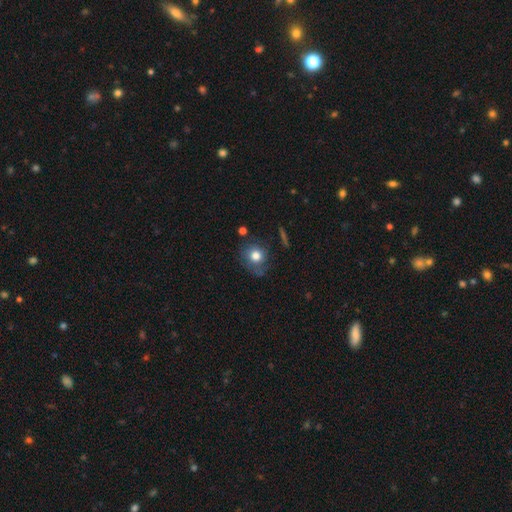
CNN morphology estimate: type=smooth (76%); roundness=round (78%); merging=none (67%).